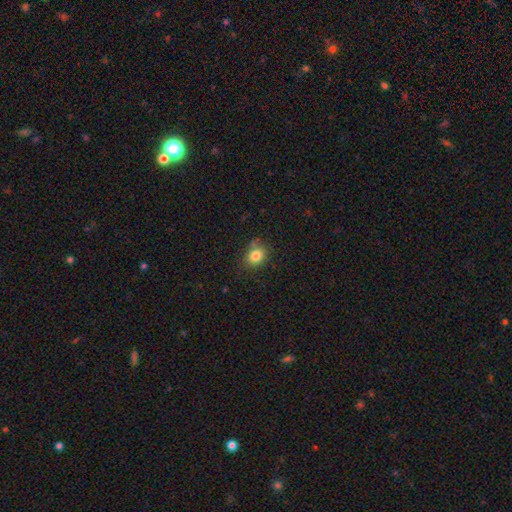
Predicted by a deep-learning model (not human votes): Smooth or featured: smooth — 82% (star or artifact — 11%)
How rounded: in between — 50% (round — 49%)
Merging: none — 71% (minor disturbance — 18%)